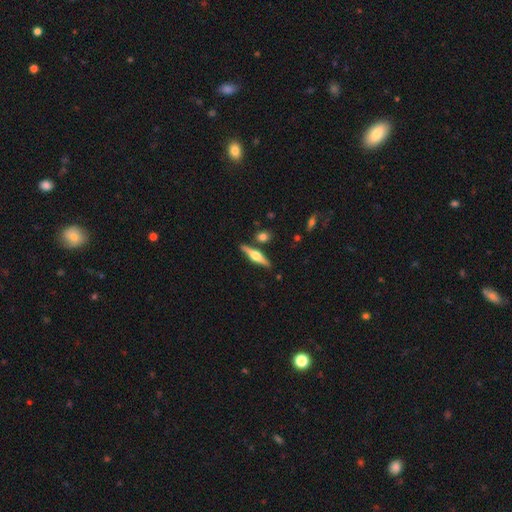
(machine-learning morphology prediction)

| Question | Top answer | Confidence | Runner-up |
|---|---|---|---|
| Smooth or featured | featured or disk | 69% | smooth (26%) |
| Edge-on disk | yes | 97% | no (3%) |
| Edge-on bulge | rounded | 93% | boxy (5%) |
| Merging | none | 83% | minor disturbance (8%) |